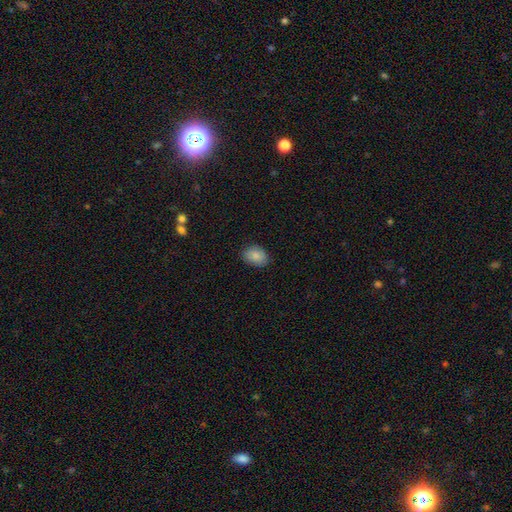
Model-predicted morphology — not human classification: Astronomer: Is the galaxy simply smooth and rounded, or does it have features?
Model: smooth — 86%.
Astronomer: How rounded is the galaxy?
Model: in between — 73%.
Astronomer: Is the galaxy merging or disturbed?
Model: none — 84%.